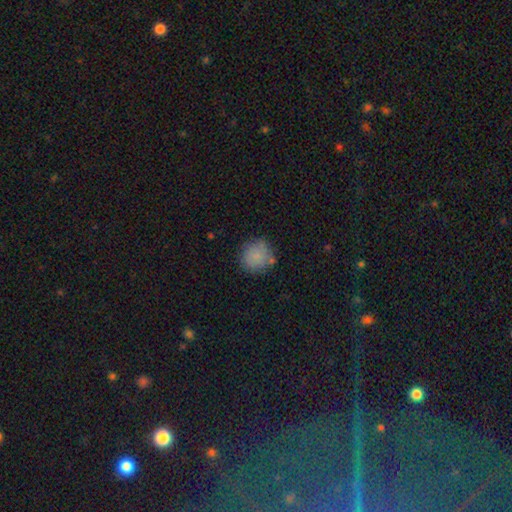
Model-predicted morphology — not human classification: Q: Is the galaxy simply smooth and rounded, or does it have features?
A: smooth — 83%.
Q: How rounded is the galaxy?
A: round — 90%.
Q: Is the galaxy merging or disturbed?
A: none — 74%.